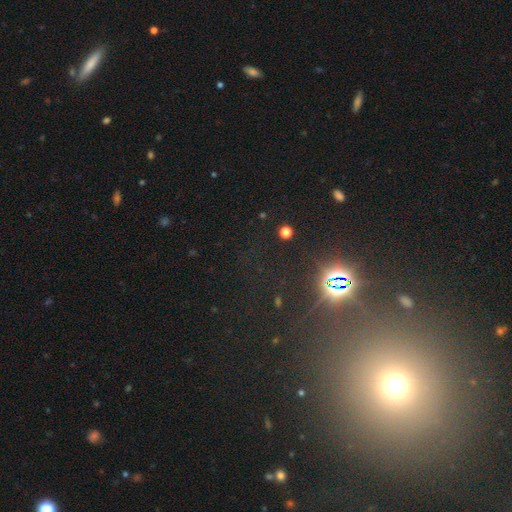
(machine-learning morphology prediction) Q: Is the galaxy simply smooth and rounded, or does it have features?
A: star or artifact — 64%.